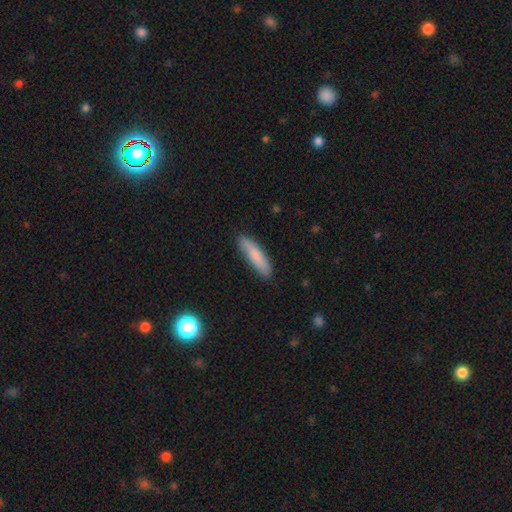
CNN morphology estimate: Smooth or featured? Predicted: smooth (p=0.81). How rounded? Predicted: cigar-shaped (p=0.77). Merging? Predicted: none (p=0.84).